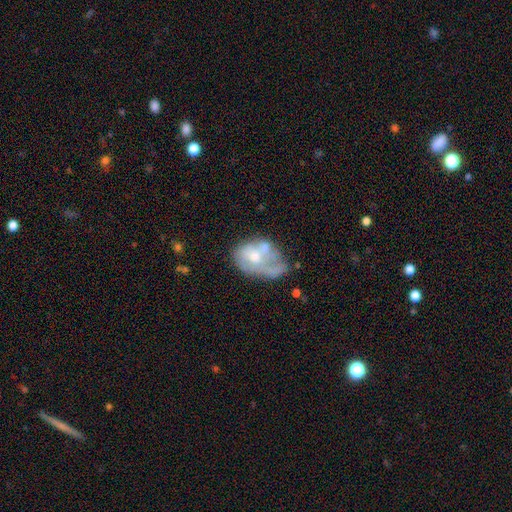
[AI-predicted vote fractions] Smooth or featured: featured or disk — 54% (smooth — 38%)
Edge-on disk: no — 97% (yes — 3%)
Bar: no — 84% (weak — 14%)
Spiral arms: no — 73% (yes — 27%)
Bulge size: moderate — 52% (small — 32%)
Merging: major disturbance — 31% (minor disturbance — 26%)